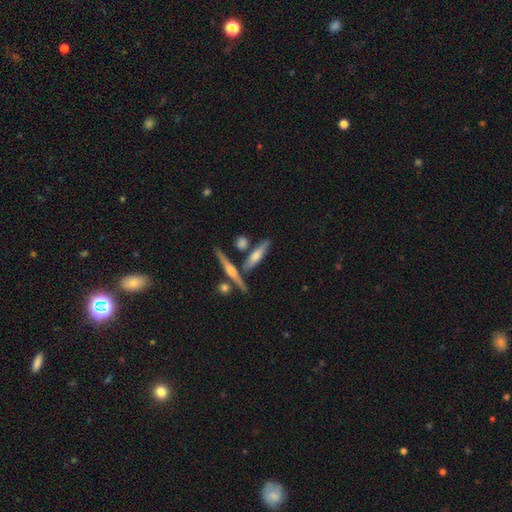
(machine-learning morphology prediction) smooth_or_featured: featured or disk (p=0.60) [alt: smooth p=0.31]
disk_edge_on: yes (p=0.93) [alt: no p=0.07]
edge_on_bulge: rounded (p=0.81) [alt: none p=0.11]
merging: none (p=0.70) [alt: merger p=0.17]